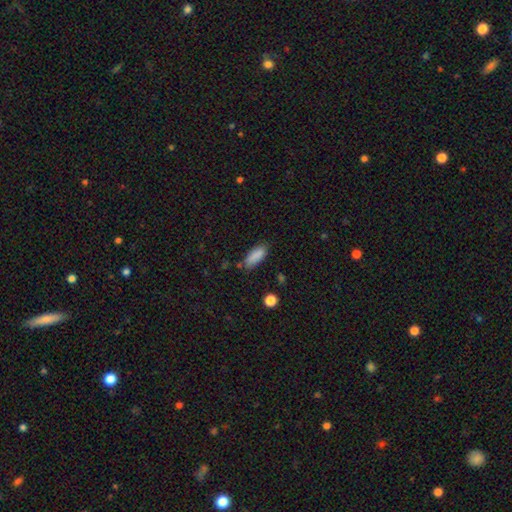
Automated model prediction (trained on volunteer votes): Smooth or featured? smooth (88%)
How rounded? in between (74%)
Merging? none (75%)